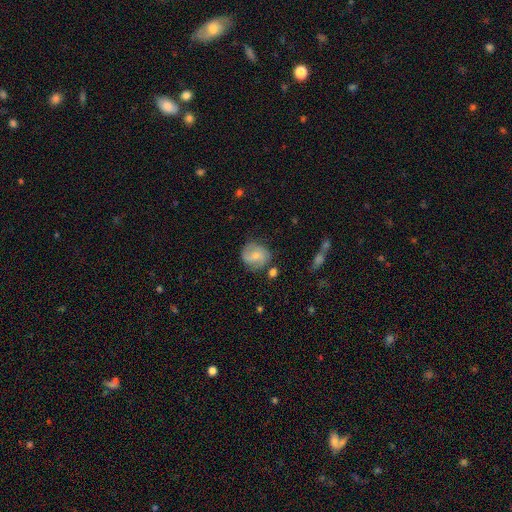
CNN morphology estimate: smooth-or-featured: featured or disk: 49% | smooth: 43% | star or artifact: 8%
  merging: none: 66% | minor disturbance: 22% | major disturbance: 8% | merger: 5%